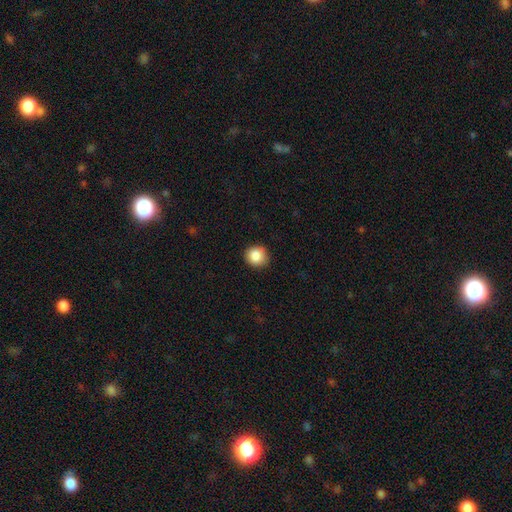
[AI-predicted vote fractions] Overall: smooth (86%). How rounded: round (91%). Merging: none (87%).